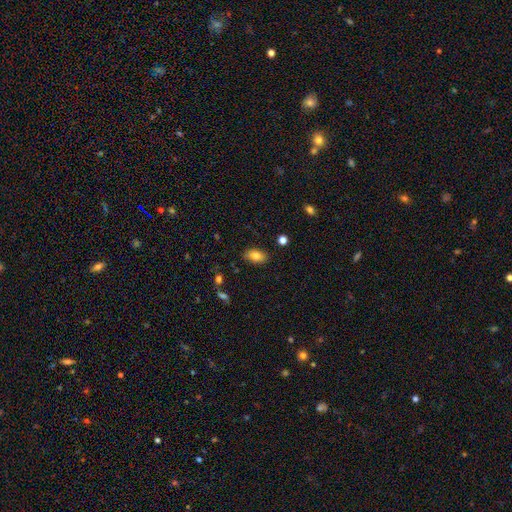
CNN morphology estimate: Smooth or featured? smooth (81%)
How rounded? in between (91%)
Merging? none (85%)